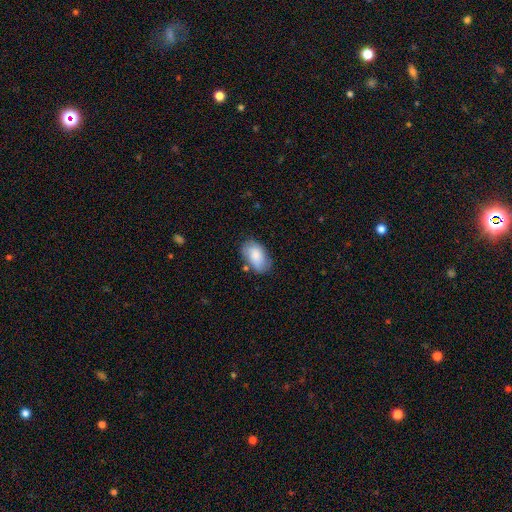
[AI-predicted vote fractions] A smooth galaxy with no disk features (81%) that is in between round and cigar-shaped (93%). Merging: none (69%).